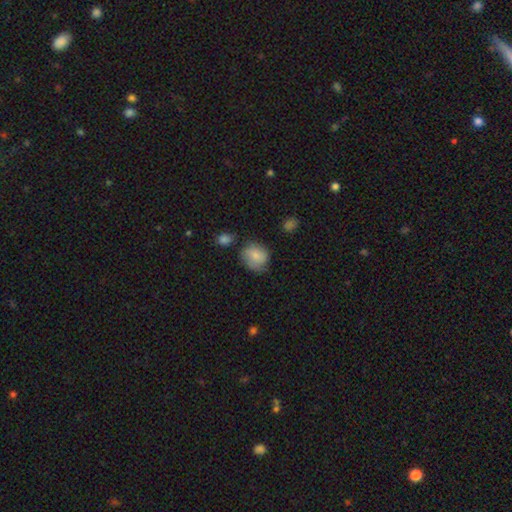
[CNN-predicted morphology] Smooth or featured? smooth (78%)
How rounded? round (69%)
Merging? none (62%)